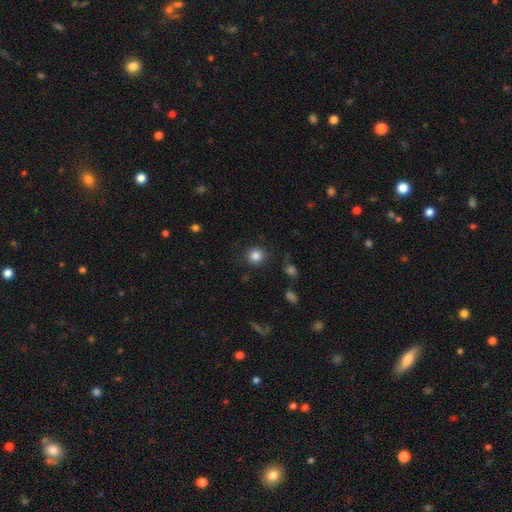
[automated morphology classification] smooth 84%, star or artifact 11%, featured or disk 5%. Down the decision tree: how rounded — round (91%); merging — none (88%).